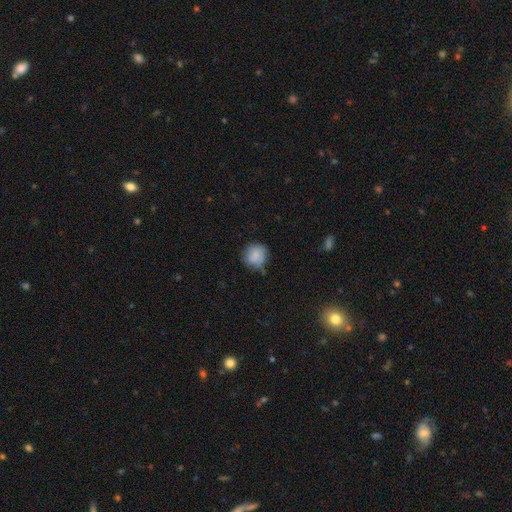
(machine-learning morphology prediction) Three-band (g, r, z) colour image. It shows a smooth galaxy with no disk features (79%) that is round (85%). Merging: none (62%).